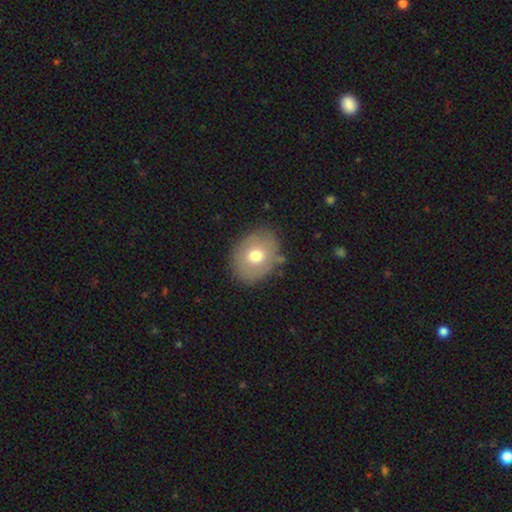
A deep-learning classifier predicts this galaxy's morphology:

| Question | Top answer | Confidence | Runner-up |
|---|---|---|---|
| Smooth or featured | smooth | 67% | featured or disk (24%) |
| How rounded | in between | 54% | round (45%) |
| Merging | none | 79% | minor disturbance (14%) |